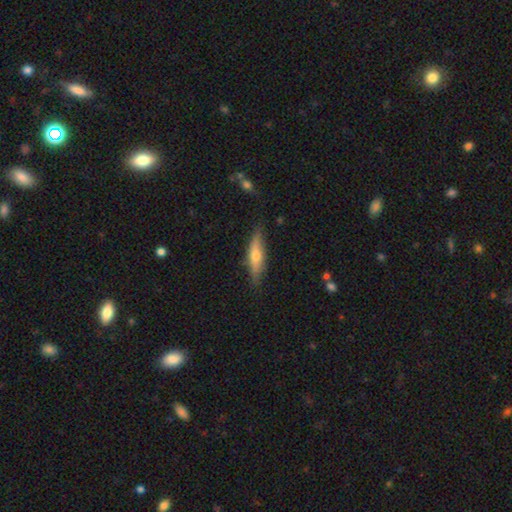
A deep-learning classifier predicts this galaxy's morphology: type=featured or disk (52%); edge-on=yes (91%); merging=none (84%).